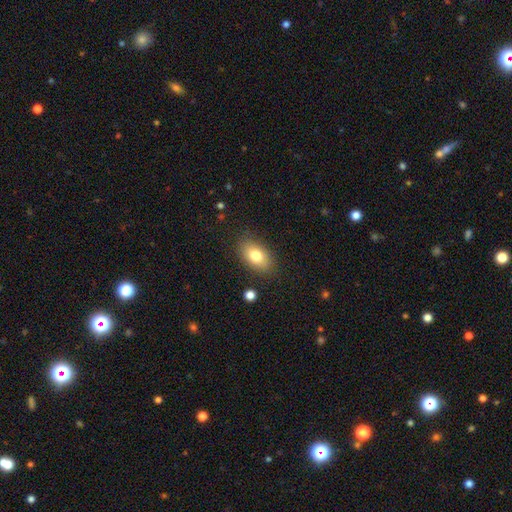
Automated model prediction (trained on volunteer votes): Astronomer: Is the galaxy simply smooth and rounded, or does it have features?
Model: smooth — 78%.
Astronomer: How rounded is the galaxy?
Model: in between — 88%.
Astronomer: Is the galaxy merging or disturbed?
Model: none — 84%.